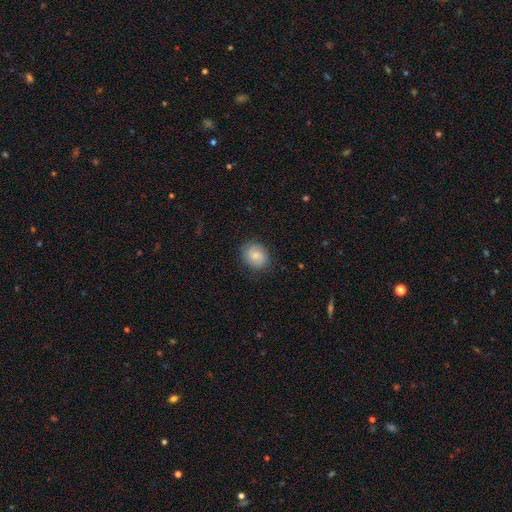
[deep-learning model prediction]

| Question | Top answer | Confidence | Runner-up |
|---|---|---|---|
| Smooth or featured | smooth | 68% | featured or disk (25%) |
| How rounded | round | 60% | in between (39%) |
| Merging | none | 83% | minor disturbance (12%) |